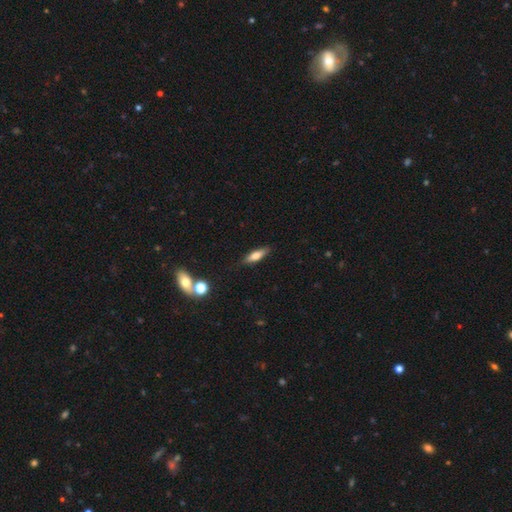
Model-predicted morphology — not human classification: Smooth or featured: smooth — 64% (featured or disk — 29%)
How rounded: cigar-shaped — 57% (in between — 40%)
Merging: none — 84% (minor disturbance — 11%)